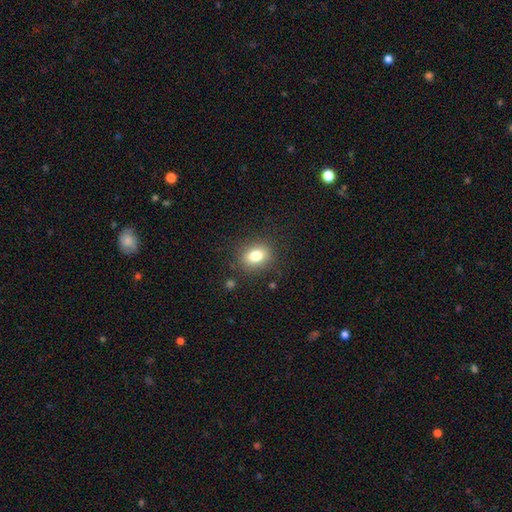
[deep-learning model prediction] Q: Smooth or featured?
A: smooth (80%); runner-up: star or artifact (11%)
Q: How rounded?
A: in between (54%); runner-up: round (45%)
Q: Merging?
A: none (85%); runner-up: minor disturbance (10%)